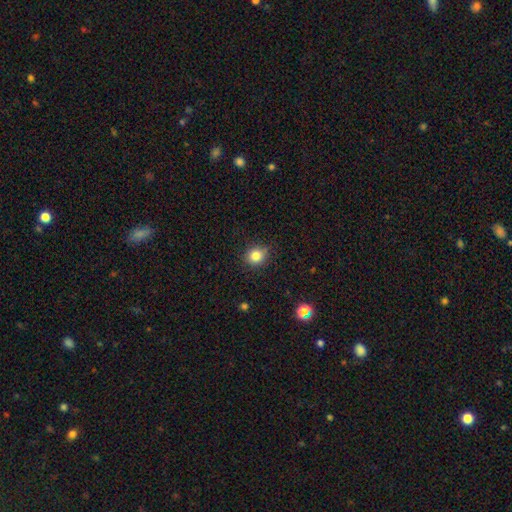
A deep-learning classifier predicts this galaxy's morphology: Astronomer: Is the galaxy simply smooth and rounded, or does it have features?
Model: smooth — 82%.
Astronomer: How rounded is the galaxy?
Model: round — 79%.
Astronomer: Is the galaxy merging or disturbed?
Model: none — 83%.